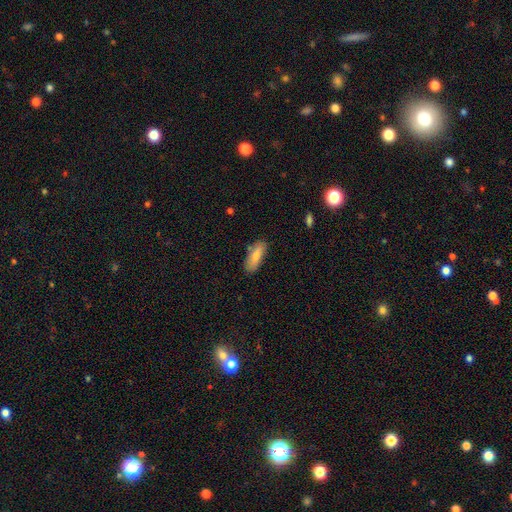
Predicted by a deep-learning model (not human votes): Q: Smooth or featured?
A: smooth (79%); runner-up: featured or disk (15%)
Q: How rounded?
A: in between (69%); runner-up: cigar-shaped (30%)
Q: Merging?
A: none (80%); runner-up: minor disturbance (15%)